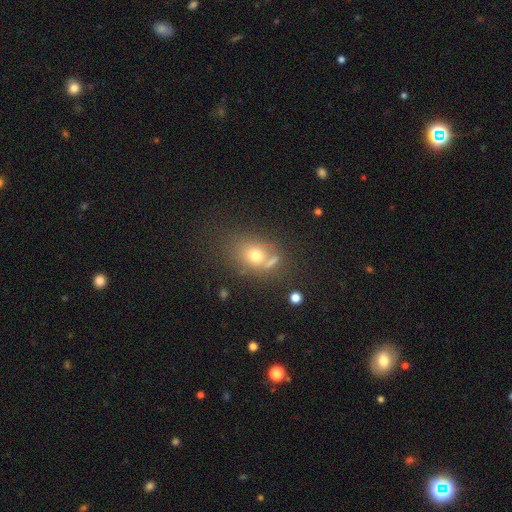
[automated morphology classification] Smooth or featured? smooth (65%)
How rounded? in between (51%)
Merging? none (50%)